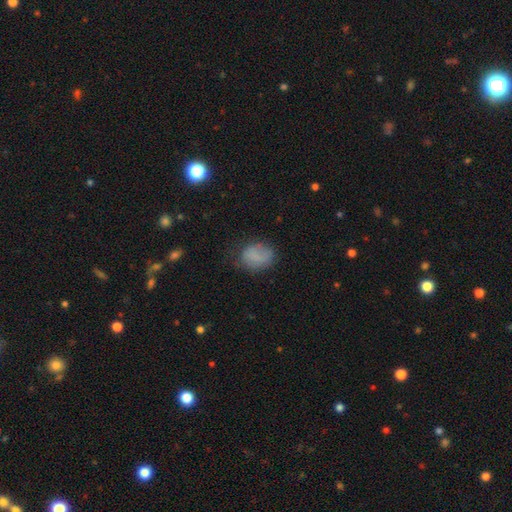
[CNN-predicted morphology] Smooth or featured? Predicted: smooth (p=0.77). How rounded? Predicted: in between (p=0.62). Merging? Predicted: none (p=0.65).